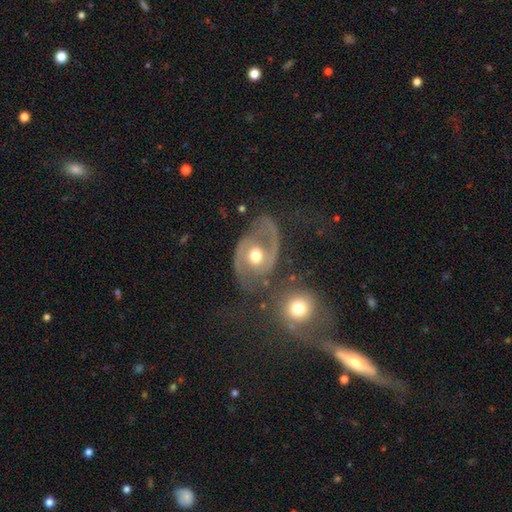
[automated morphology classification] This appears to be a featured or disk galaxy (81%) with no bar (64%), 2 (81%) medium (49%) spiral arms (87%) and a moderate central bulge (76%). Merging: none (50%).